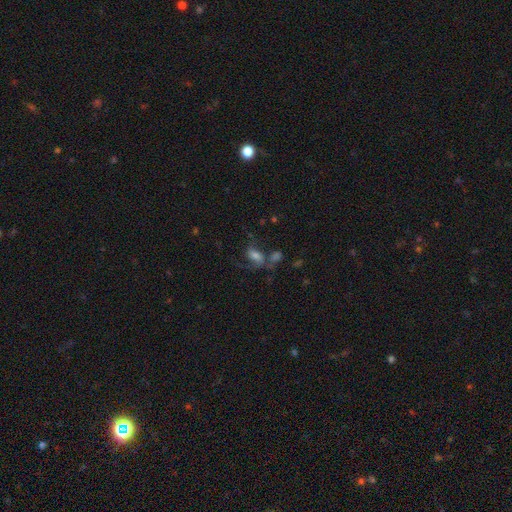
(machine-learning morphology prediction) Overall: smooth (43%; featured or disk 42%). Merging: none (33%; major disturbance 27%).